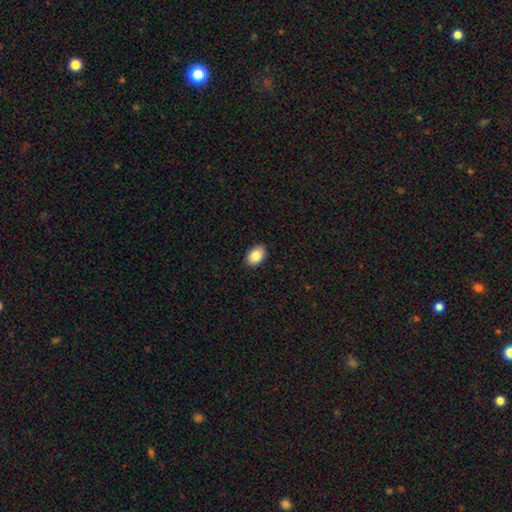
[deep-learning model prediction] Smooth or featured? Predicted: smooth (p=0.86). How rounded? Predicted: in between (p=0.88). Merging? Predicted: none (p=0.90).